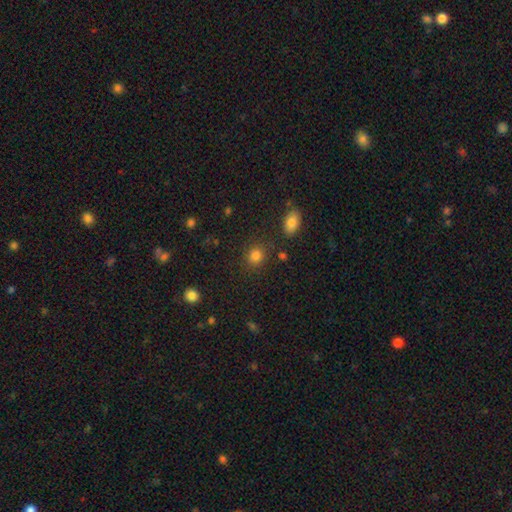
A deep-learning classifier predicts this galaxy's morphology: smooth-or-featured: smooth: 82% | star or artifact: 12% | featured or disk: 5%
  how-rounded: round: 75% | in between: 23% | cigar-shaped: 1%
  merging: none: 83% | minor disturbance: 9% | merger: 4% | major disturbance: 3%